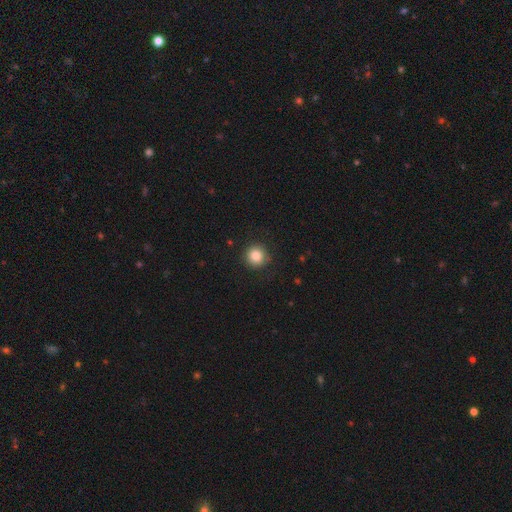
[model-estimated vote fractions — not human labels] Smooth or featured: smooth — 85% (star or artifact — 10%)
How rounded: round — 94% (in between — 5%)
Merging: none — 89% (minor disturbance — 8%)